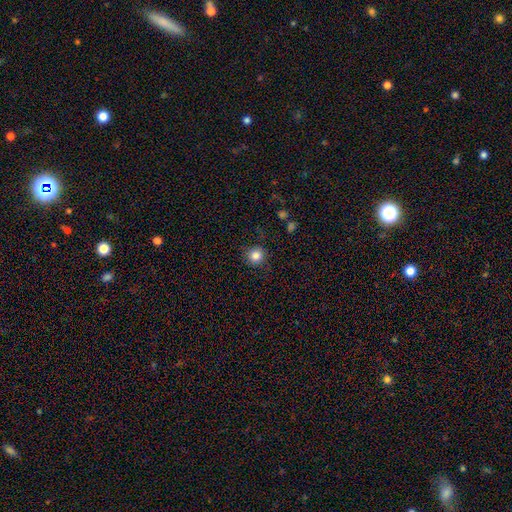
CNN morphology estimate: This is clearly a smooth galaxy (83%). How rounded: clearly round (93%). Merging: clearly none (86%).